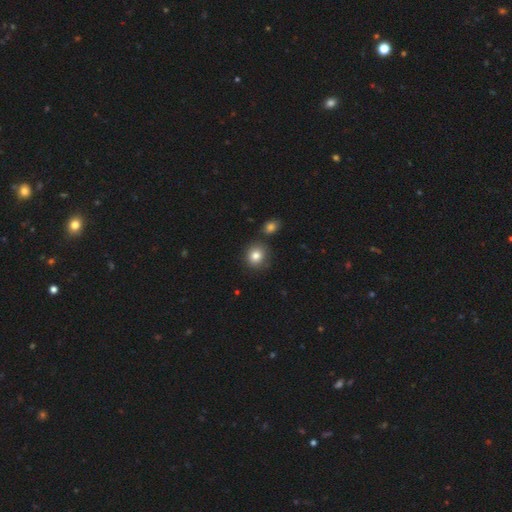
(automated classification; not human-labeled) This appears to be a smooth galaxy with no disk features (83%) that is round (80%). Merging: none (79%).